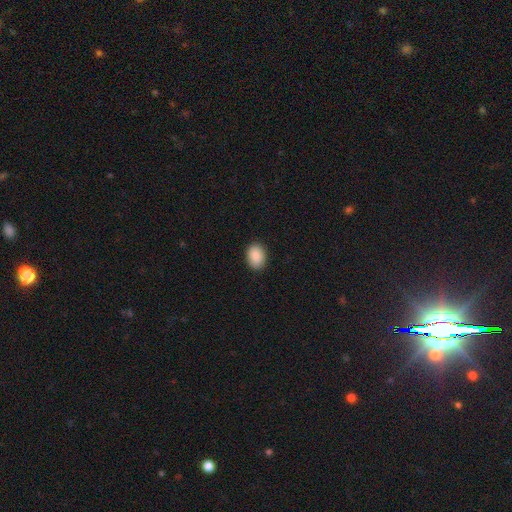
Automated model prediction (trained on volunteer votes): Smooth or featured?
  - smooth: 90% *
  - star or artifact: 7%
  - featured or disk: 4%
How rounded?
  - in between: 77% *
  - round: 22%
  - cigar-shaped: 1%
Merging?
  - none: 89% *
  - minor disturbance: 8%
  - major disturbance: 2%
  - merger: 1%